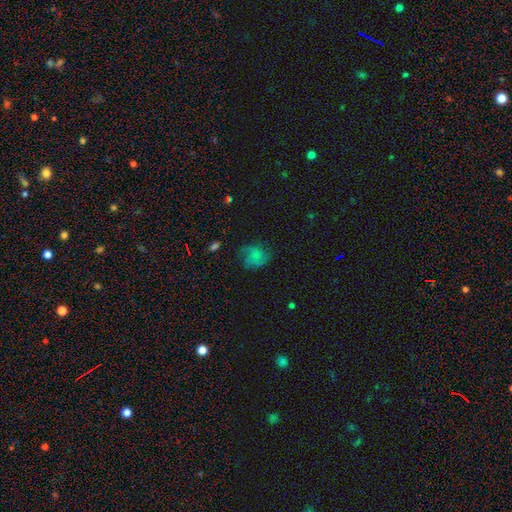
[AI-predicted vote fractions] Smooth or featured? Predicted: smooth (p=0.57). How rounded? Predicted: round (p=0.60). Merging? Predicted: none (p=0.53).